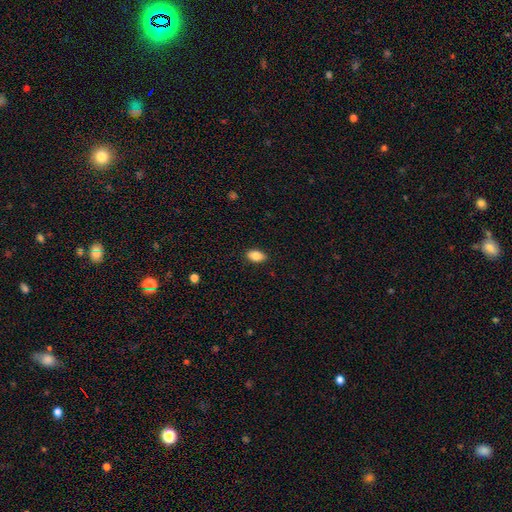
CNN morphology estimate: smooth 85%, star or artifact 8%, featured or disk 7%. Down the decision tree: how rounded — in between (91%); merging — none (88%).